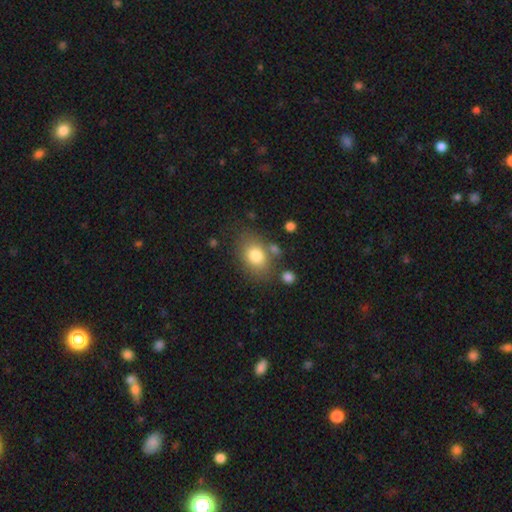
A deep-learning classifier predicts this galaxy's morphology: This appears to be a smooth galaxy with no disk features (79%) that is in between round and cigar-shaped (73%). Merging: none (70%).